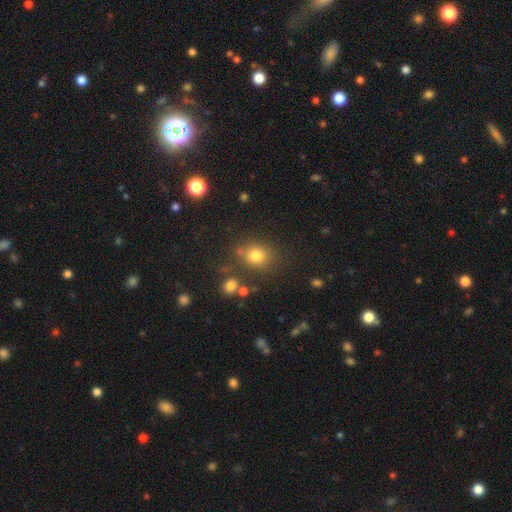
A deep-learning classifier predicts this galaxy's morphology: type=smooth (77%); roundness=round (67%); merging=none (73%).